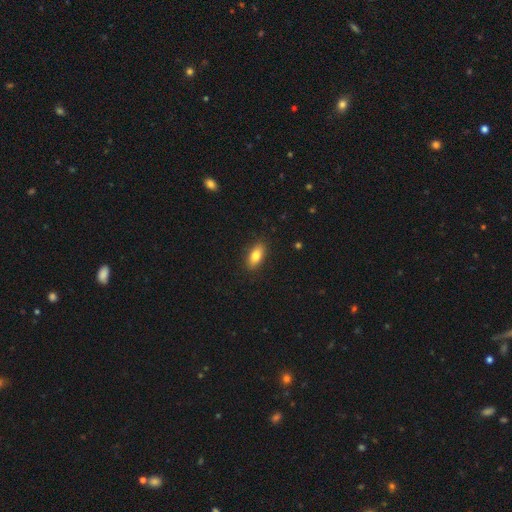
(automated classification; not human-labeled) smooth_or_featured: smooth (p=0.81) [alt: featured or disk p=0.12]
how_rounded: in between (p=0.87) [alt: cigar-shaped p=0.09]
merging: none (p=0.88) [alt: minor disturbance p=0.09]